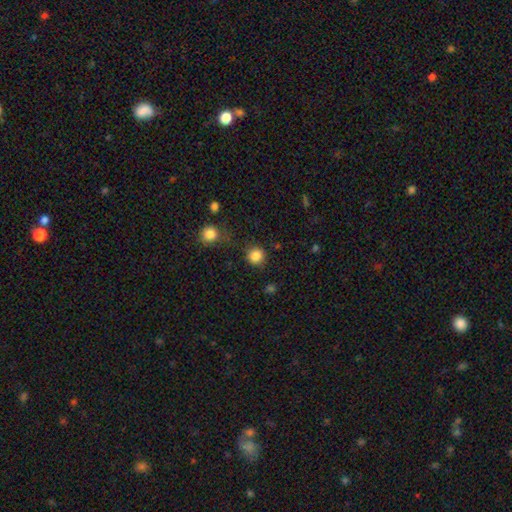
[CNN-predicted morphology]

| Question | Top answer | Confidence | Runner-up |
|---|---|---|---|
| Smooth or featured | smooth | 85% | star or artifact (11%) |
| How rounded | round | 91% | in between (8%) |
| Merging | none | 84% | minor disturbance (9%) |